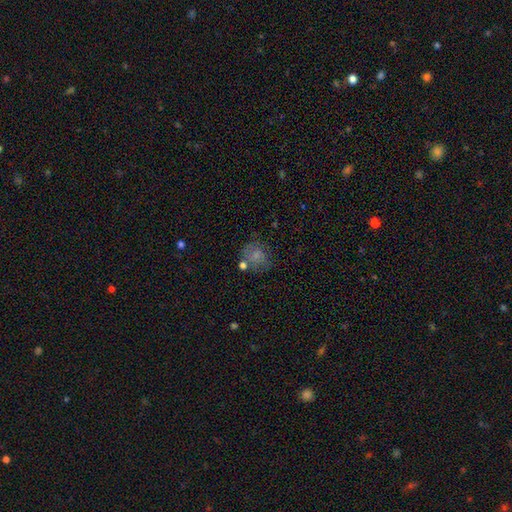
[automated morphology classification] smooth_or_featured: smooth (p=0.70) [alt: featured or disk p=0.18]
how_rounded: round (p=0.72) [alt: in between p=0.27]
merging: none (p=0.56) [alt: minor disturbance p=0.20]